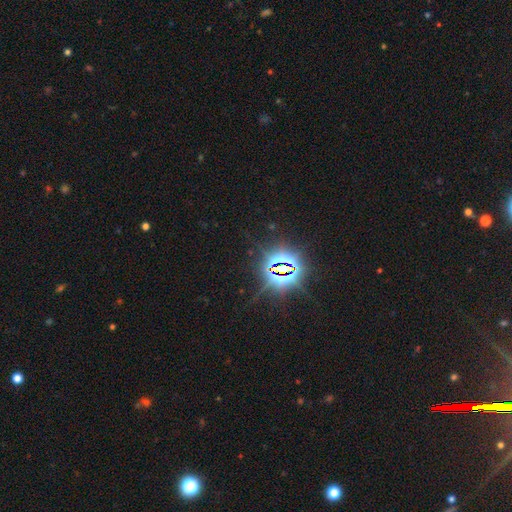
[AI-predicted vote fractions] Smooth or featured? Predicted: star or artifact (p=0.84).